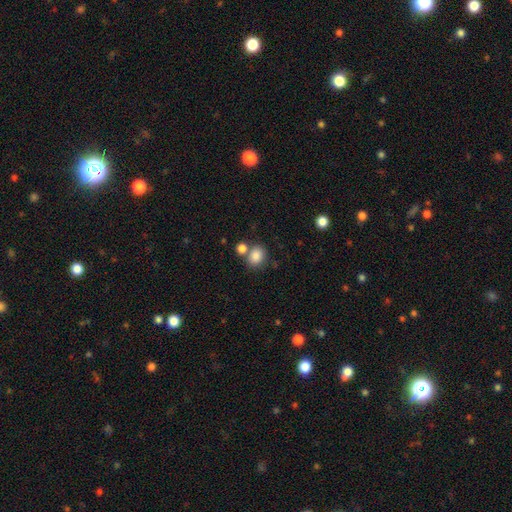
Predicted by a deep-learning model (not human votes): Overall: smooth (84%). How rounded: round (57%; in between 42%). Merging: none (61%; merger 25%).